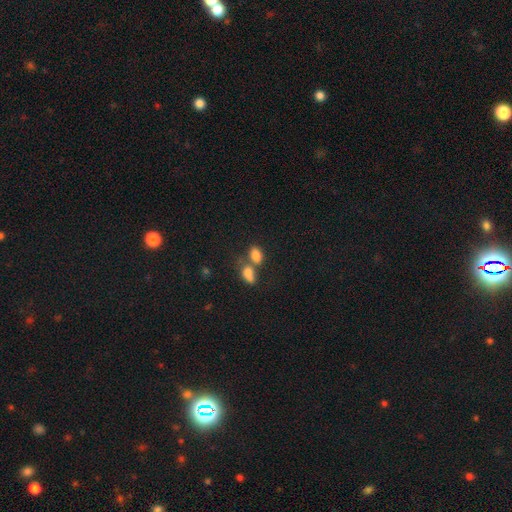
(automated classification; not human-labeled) This is clearly a smooth galaxy (81%). How rounded: clearly in between (83%). Merging: possibly merger (49%).